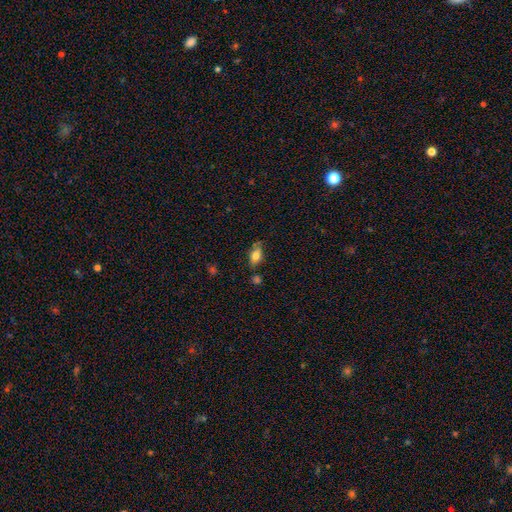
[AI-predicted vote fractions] Smooth or featured: smooth — 76% (featured or disk — 15%)
How rounded: in between — 85% (round — 8%)
Merging: none — 65% (minor disturbance — 23%)